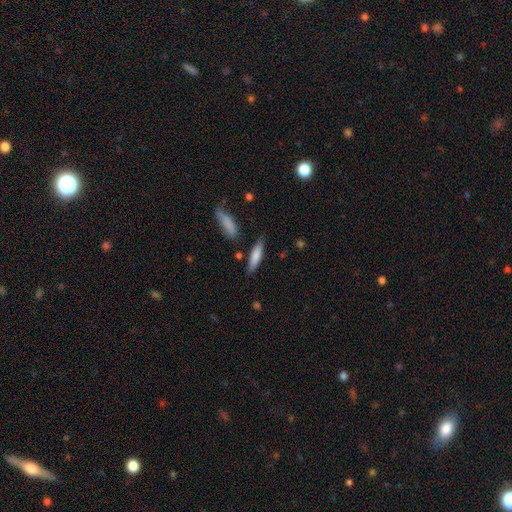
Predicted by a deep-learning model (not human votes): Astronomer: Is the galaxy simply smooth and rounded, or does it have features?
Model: smooth — 79%.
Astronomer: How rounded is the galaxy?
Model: cigar-shaped — 70%.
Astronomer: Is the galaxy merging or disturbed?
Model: none — 78%.